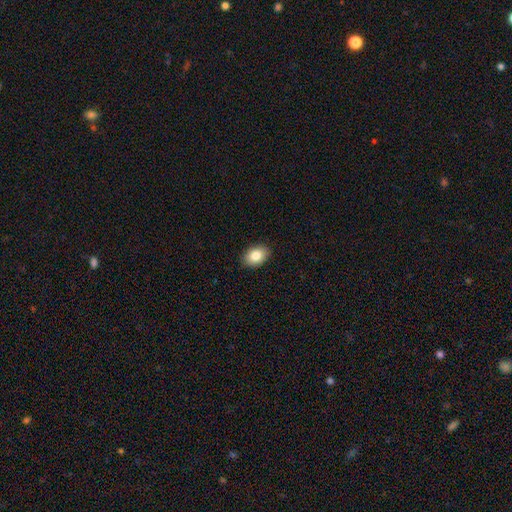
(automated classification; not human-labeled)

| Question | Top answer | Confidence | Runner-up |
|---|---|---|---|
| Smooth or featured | smooth | 84% | featured or disk (8%) |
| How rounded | in between | 83% | round (16%) |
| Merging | none | 89% | minor disturbance (8%) |